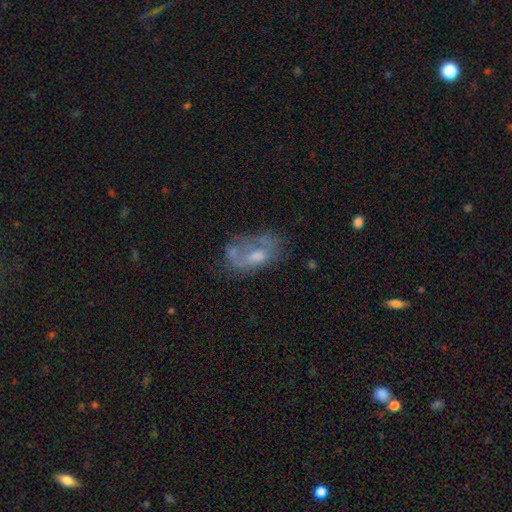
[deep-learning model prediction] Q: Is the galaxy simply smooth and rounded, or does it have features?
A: featured or disk — 49%.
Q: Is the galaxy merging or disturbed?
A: none — 35%.